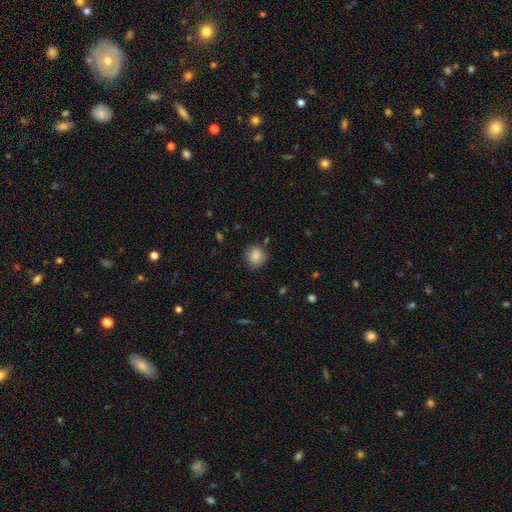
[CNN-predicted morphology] Q: Smooth or featured?
A: smooth (87%); runner-up: star or artifact (9%)
Q: How rounded?
A: round (85%); runner-up: in between (14%)
Q: Merging?
A: none (82%); runner-up: minor disturbance (13%)